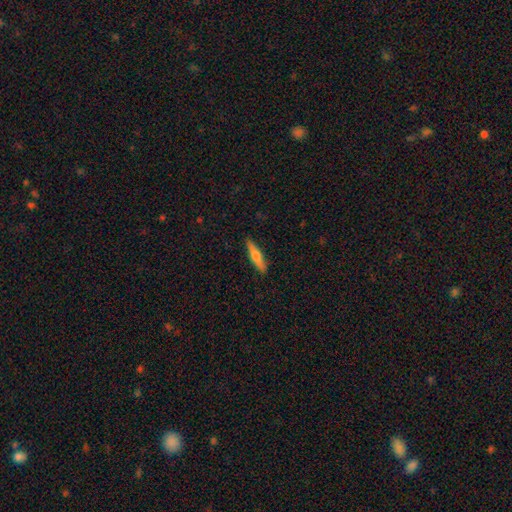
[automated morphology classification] A smooth galaxy with no disk features (59%) that is cigar-shaped (81%). Merging: none (89%).